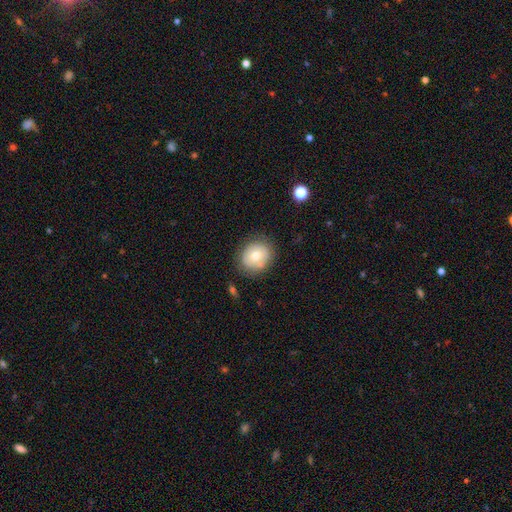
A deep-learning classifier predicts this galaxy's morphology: Overall: smooth (65%; featured or disk 27%). How rounded: round (71%). Merging: none (76%).